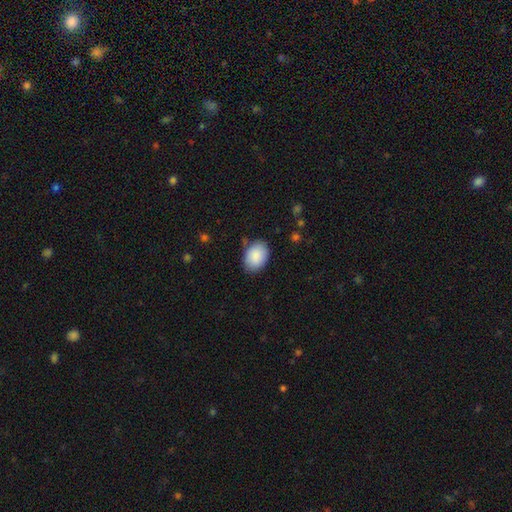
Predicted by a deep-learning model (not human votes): Smooth or featured?
  - smooth: 89% *
  - star or artifact: 6%
  - featured or disk: 5%
How rounded?
  - in between: 80% *
  - round: 19%
  - cigar-shaped: 1%
Merging?
  - none: 82% *
  - minor disturbance: 14%
  - major disturbance: 3%
  - merger: 2%